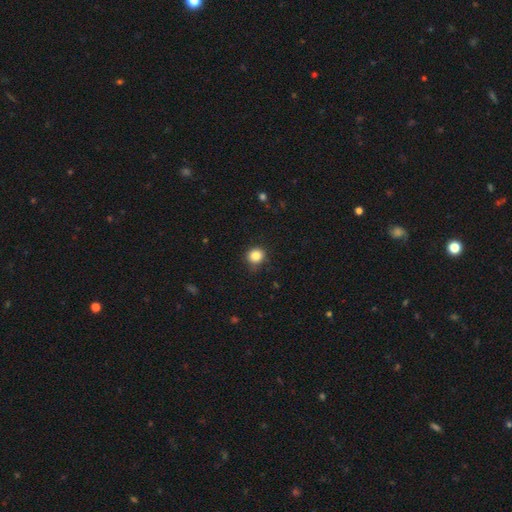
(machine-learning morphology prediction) Q: Smooth or featured?
A: smooth (85%); runner-up: star or artifact (11%)
Q: How rounded?
A: round (84%); runner-up: in between (15%)
Q: Merging?
A: none (82%); runner-up: minor disturbance (14%)